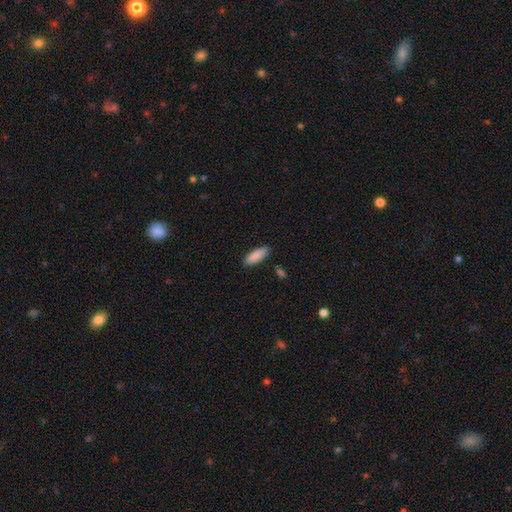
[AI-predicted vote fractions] Smooth or featured?
  - smooth: 89% *
  - star or artifact: 6%
  - featured or disk: 5%
How rounded?
  - in between: 61% *
  - cigar-shaped: 37%
  - round: 2%
Merging?
  - none: 87% *
  - minor disturbance: 9%
  - merger: 2%
  - major disturbance: 2%